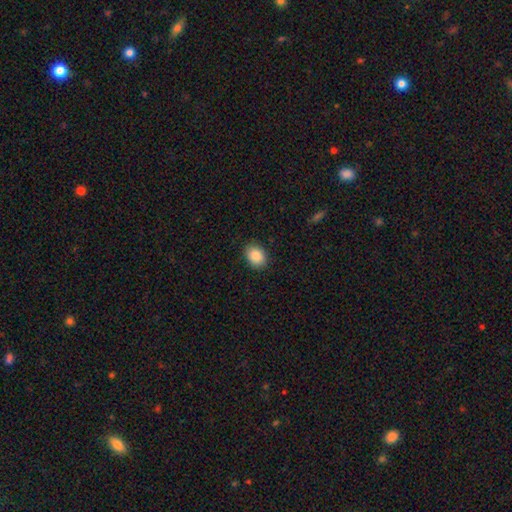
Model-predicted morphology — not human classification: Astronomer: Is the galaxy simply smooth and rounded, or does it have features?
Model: smooth — 88%.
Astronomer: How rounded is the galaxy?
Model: in between — 63%.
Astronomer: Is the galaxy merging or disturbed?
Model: none — 89%.